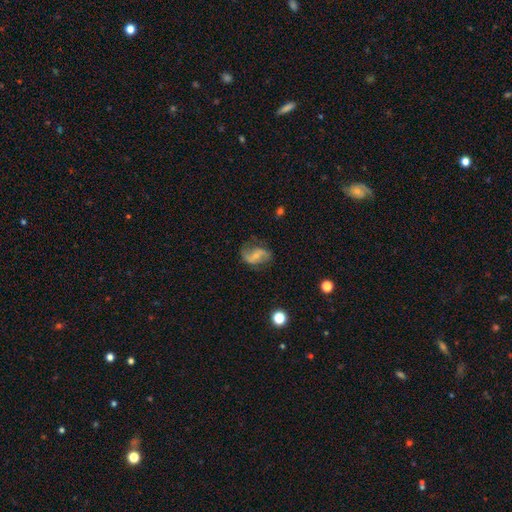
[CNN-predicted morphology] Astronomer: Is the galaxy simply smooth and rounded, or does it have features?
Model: featured or disk — 69%.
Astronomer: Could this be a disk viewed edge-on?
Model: no — 97%.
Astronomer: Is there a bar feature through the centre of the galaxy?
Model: weak — 39% (runner-up: no, 36%).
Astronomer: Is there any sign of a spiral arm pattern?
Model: yes — 86%.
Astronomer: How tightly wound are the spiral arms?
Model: loose — 51% (runner-up: medium, 36%).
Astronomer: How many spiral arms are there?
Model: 2 — 85%.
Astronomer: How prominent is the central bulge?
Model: small — 56% (runner-up: moderate, 36%).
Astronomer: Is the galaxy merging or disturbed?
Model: none — 63%.